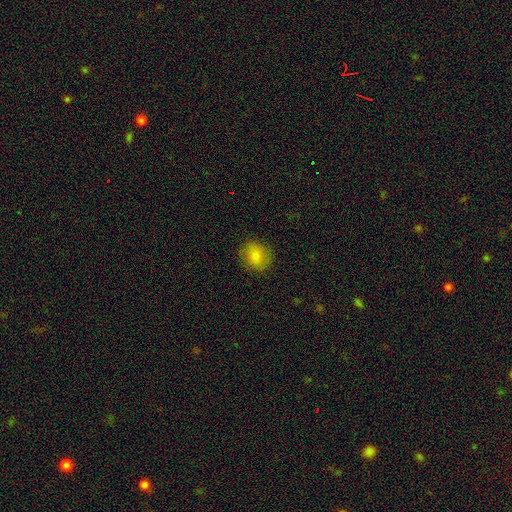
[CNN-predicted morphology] Smooth or featured? smooth (81%)
How rounded? round (76%)
Merging? none (86%)